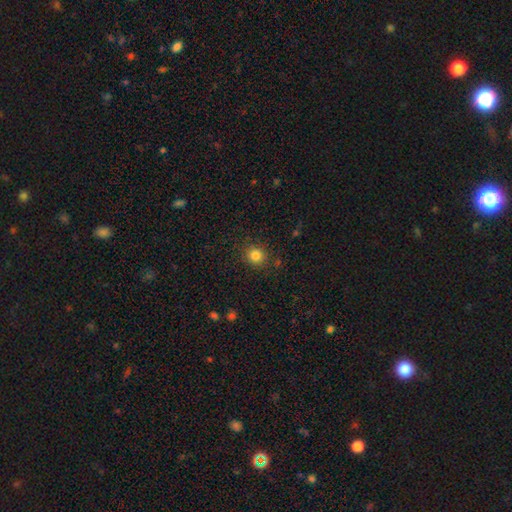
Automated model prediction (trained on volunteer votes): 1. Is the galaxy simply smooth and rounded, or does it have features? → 82% smooth, 12% star or artifact, 5% featured or disk.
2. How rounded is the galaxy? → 87% round, 13% in between, 1% cigar-shaped.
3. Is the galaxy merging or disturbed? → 88% none, 8% minor disturbance, 3% major disturbance, 2% merger.